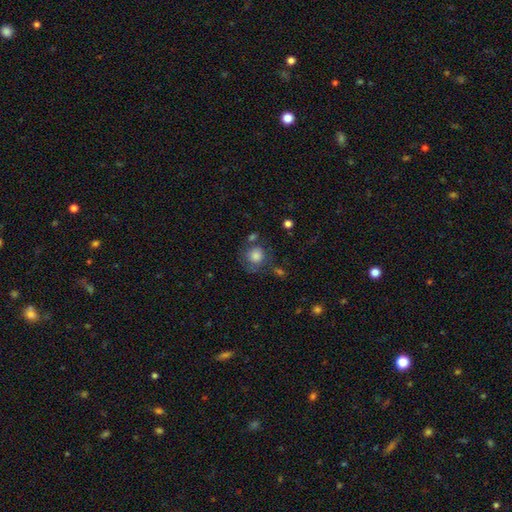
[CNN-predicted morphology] Smooth or featured?
  - smooth: 75% *
  - featured or disk: 14%
  - star or artifact: 11%
How rounded?
  - round: 89% *
  - in between: 10%
  - cigar-shaped: 1%
Merging?
  - none: 62% *
  - minor disturbance: 18%
  - major disturbance: 11%
  - merger: 9%